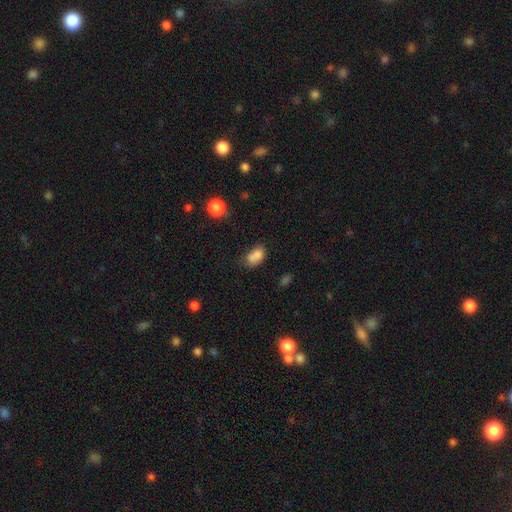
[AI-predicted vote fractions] Overall: smooth (77%). How rounded: in between (78%). Merging: merger (39%; none 36%).